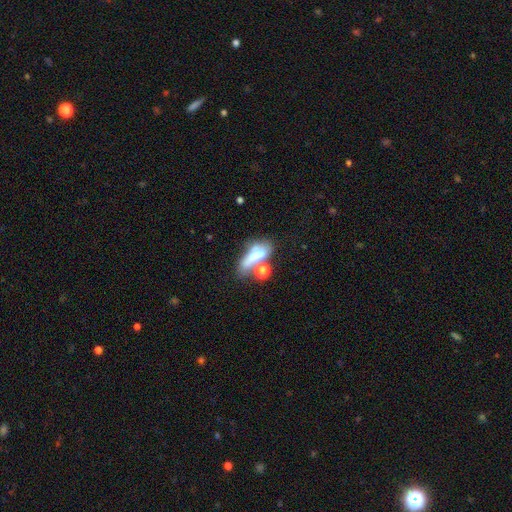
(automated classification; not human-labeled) A smooth galaxy with no disk features (55%) that is in between round and cigar-shaped (63%). Merging: merger (41%).